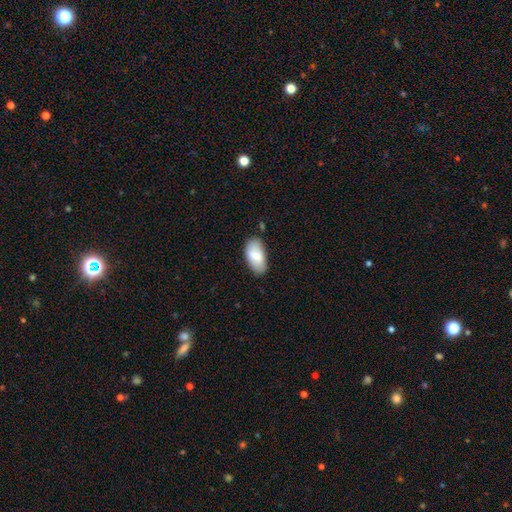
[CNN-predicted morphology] smooth_or_featured: smooth (p=0.78) [alt: featured or disk p=0.15]
how_rounded: in between (p=0.94) [alt: cigar-shaped p=0.04]
merging: none (p=0.75) [alt: minor disturbance p=0.19]